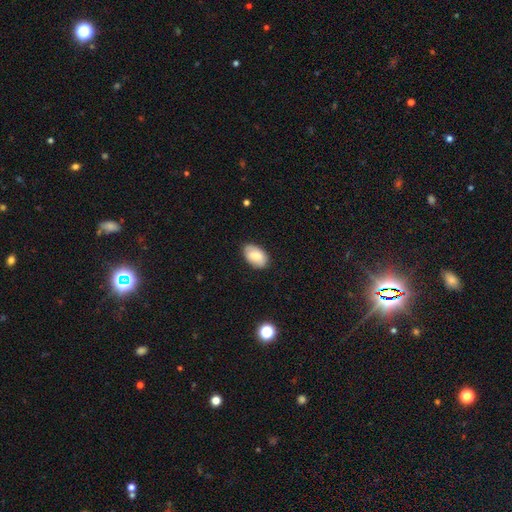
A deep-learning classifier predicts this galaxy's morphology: A smooth galaxy with no disk features (77%) that is in between round and cigar-shaped (92%).

Vote fractions:
- Smooth or featured? smooth: 77% / featured or disk: 16% / star or artifact: 7%
- How rounded? in between: 92% / round: 7% / cigar-shaped: 1%
- Merging? none: 80% / minor disturbance: 16% / major disturbance: 3% / merger: 1%